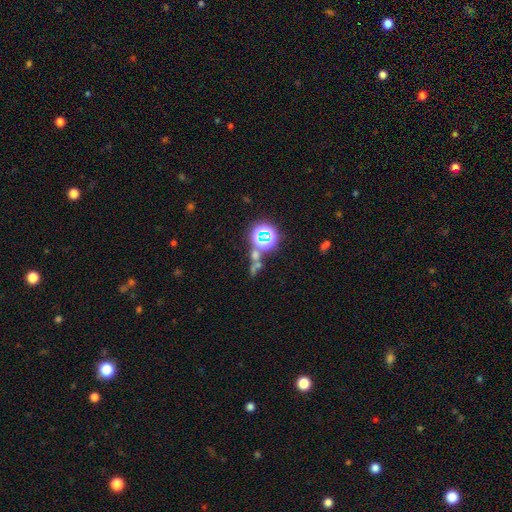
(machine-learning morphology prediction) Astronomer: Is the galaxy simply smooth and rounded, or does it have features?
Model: star or artifact — 62%.